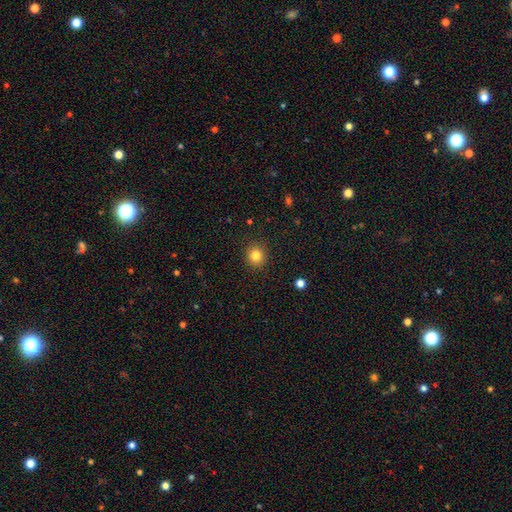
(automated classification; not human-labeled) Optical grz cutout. It shows a smooth galaxy with no disk features (83%) that is round (89%). Merging: none (91%).